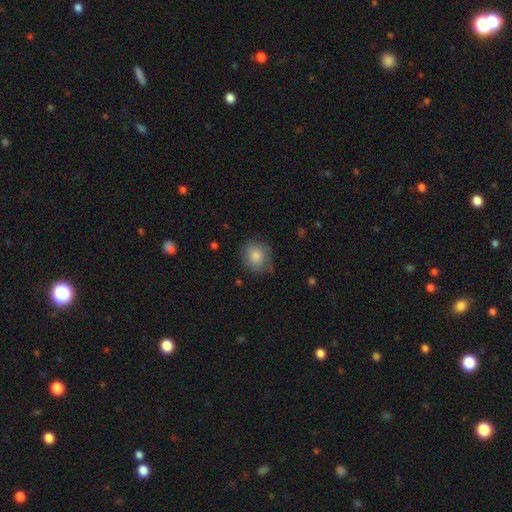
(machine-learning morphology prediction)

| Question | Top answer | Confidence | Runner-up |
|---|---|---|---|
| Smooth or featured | smooth | 77% | featured or disk (14%) |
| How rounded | round | 75% | in between (24%) |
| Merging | none | 73% | minor disturbance (20%) |